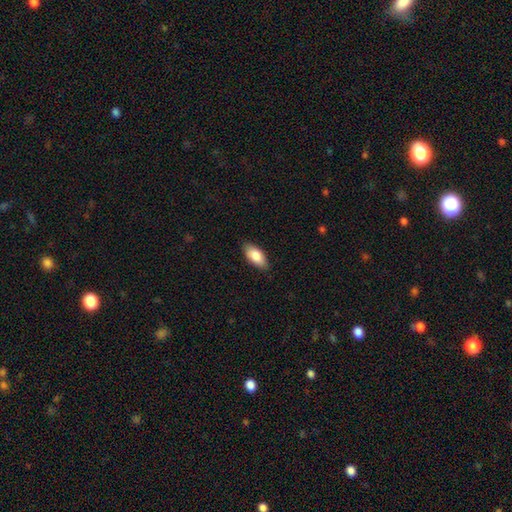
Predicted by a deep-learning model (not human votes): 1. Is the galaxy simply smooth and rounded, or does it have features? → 84% smooth, 10% featured or disk, 6% star or artifact.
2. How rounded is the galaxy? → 89% in between, 9% cigar-shaped, 2% round.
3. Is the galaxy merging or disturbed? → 87% none, 10% minor disturbance, 2% major disturbance, 1% merger.